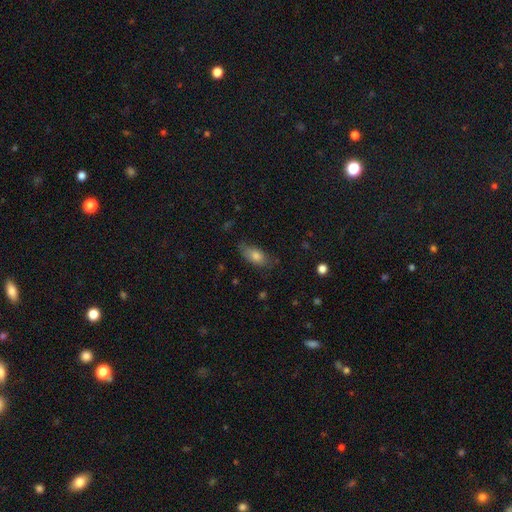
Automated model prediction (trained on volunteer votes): Q: Smooth or featured?
A: smooth (73%); runner-up: featured or disk (18%)
Q: How rounded?
A: in between (84%); runner-up: cigar-shaped (11%)
Q: Merging?
A: none (67%); runner-up: minor disturbance (24%)